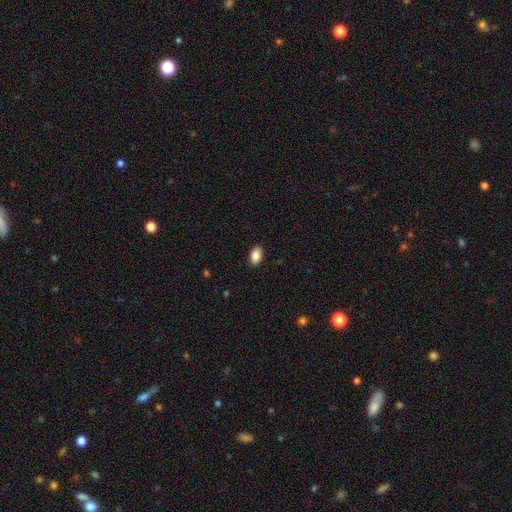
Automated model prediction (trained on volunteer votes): Q: Smooth or featured?
A: smooth (89%); runner-up: star or artifact (7%)
Q: How rounded?
A: in between (91%); runner-up: round (7%)
Q: Merging?
A: none (89%); runner-up: minor disturbance (8%)